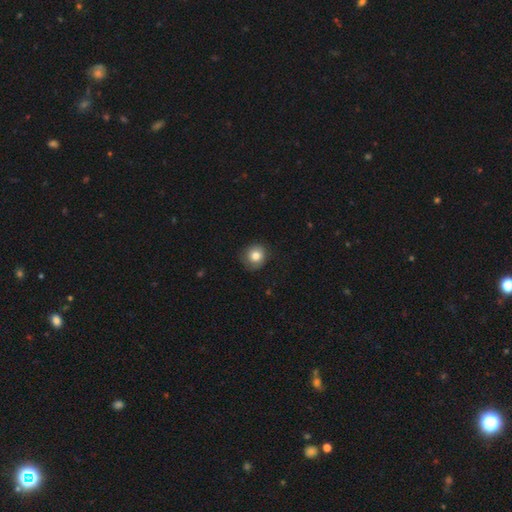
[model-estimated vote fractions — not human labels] The model was most divided on "merging": none: 78%, minor disturbance: 17%, major disturbance: 4%, merger: 1%. More confident: how rounded — round (88%); smooth or featured — smooth (80%).